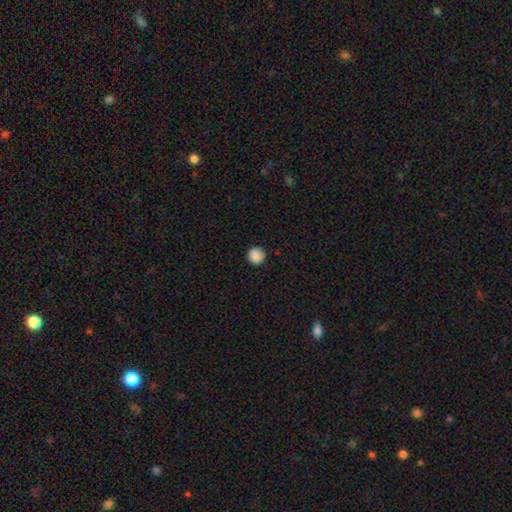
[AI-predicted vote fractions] Q: Smooth or featured?
A: smooth (88%); runner-up: star or artifact (9%)
Q: How rounded?
A: round (94%); runner-up: in between (5%)
Q: Merging?
A: none (89%); runner-up: minor disturbance (8%)